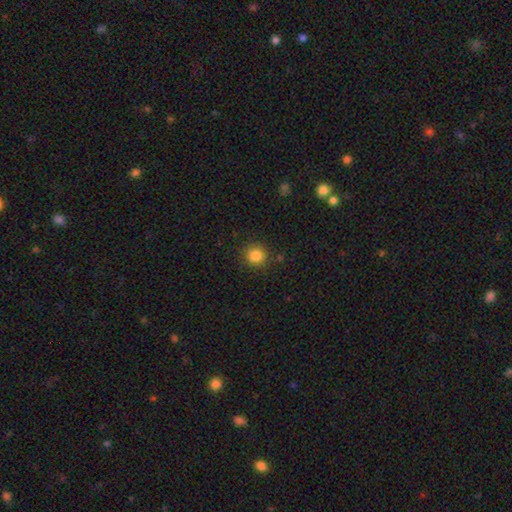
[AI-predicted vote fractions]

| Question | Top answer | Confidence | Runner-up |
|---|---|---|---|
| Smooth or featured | smooth | 84% | star or artifact (11%) |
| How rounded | round | 91% | in between (8%) |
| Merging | none | 87% | minor disturbance (8%) |